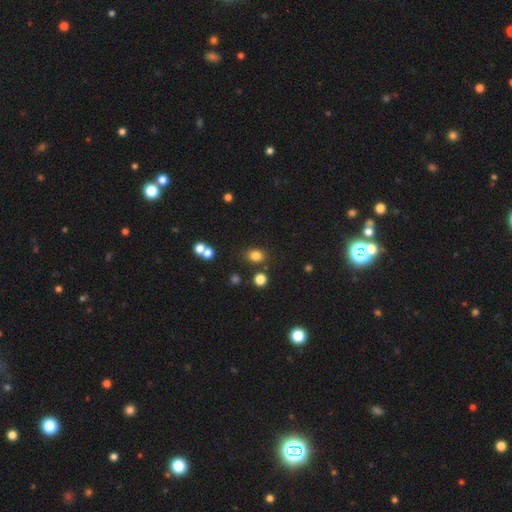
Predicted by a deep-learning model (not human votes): This is clearly a smooth galaxy (81%). How rounded: possibly in between (55%). Merging: clearly none (80%).